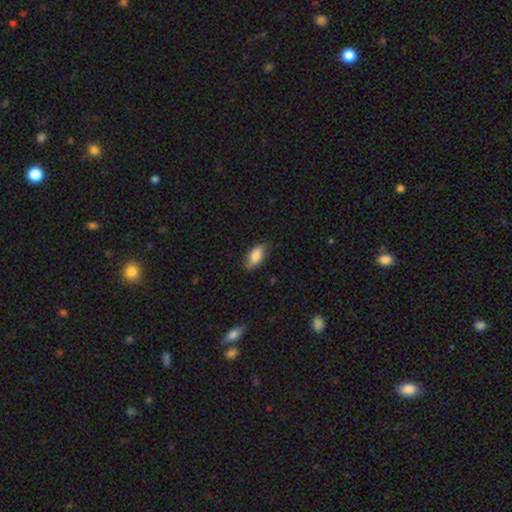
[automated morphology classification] The model was most divided on "merging": none: 77%, minor disturbance: 18%, major disturbance: 3%, merger: 1%. More confident: how rounded — in between (90%); smooth or featured — smooth (81%).